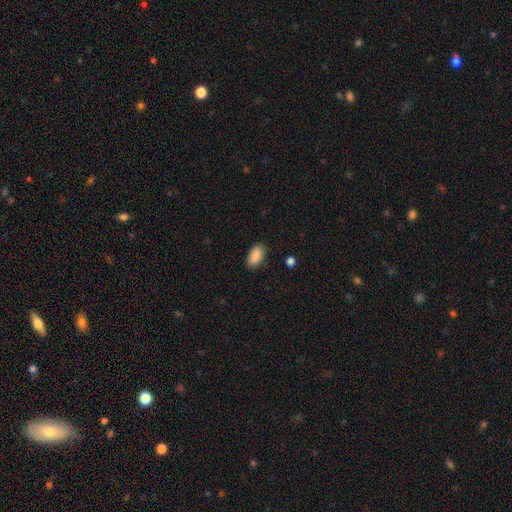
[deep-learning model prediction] smooth-or-featured: smooth: 88% | star or artifact: 7% | featured or disk: 5%
  how-rounded: in between: 93% | round: 3% | cigar-shaped: 3%
  merging: none: 87% | minor disturbance: 10% | major disturbance: 2% | merger: 1%